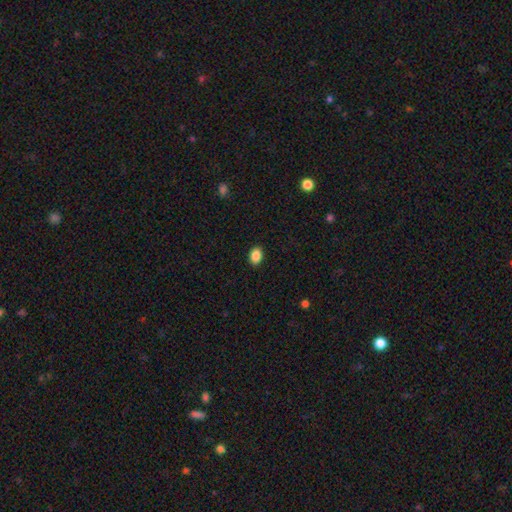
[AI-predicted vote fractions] smooth-or-featured: smooth: 88% | star or artifact: 8% | featured or disk: 4%
  how-rounded: in between: 80% | round: 19% | cigar-shaped: 1%
  merging: none: 90% | minor disturbance: 7% | major disturbance: 2% | merger: 1%